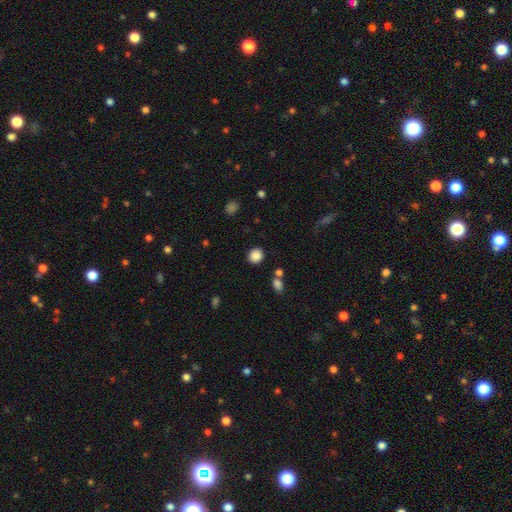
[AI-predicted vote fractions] Q: Smooth or featured?
A: smooth (86%); runner-up: star or artifact (10%)
Q: How rounded?
A: round (85%); runner-up: in between (14%)
Q: Merging?
A: none (85%); runner-up: minor disturbance (8%)